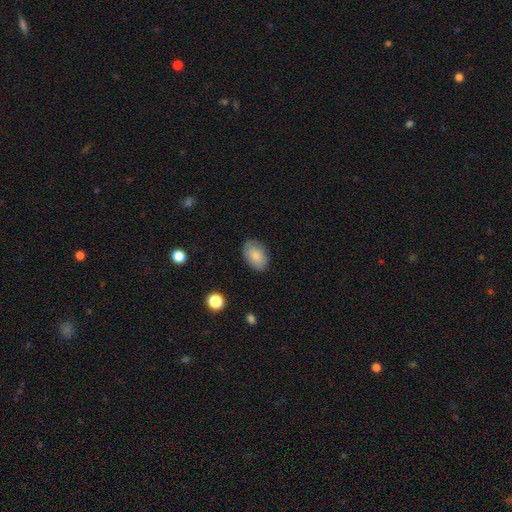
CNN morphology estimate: Smooth or featured: smooth — 84% (featured or disk — 9%)
How rounded: in between — 87% (round — 12%)
Merging: none — 83% (minor disturbance — 13%)